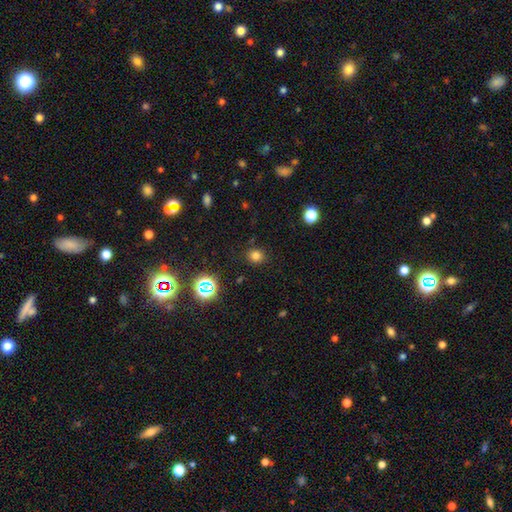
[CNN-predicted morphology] smooth_or_featured: smooth (p=0.76) [alt: star or artifact p=0.19]
how_rounded: round (p=0.82) [alt: in between p=0.17]
merging: none (p=0.87) [alt: minor disturbance p=0.08]